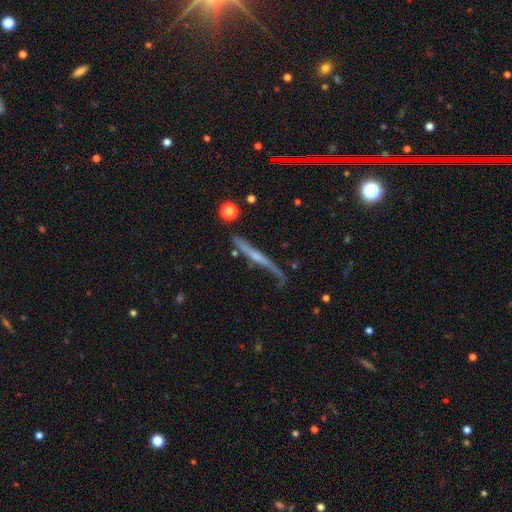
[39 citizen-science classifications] A featured or disk galaxy (62%) viewed edge-on (100%) with no central bulge (67%).

Vote fractions:
- Smooth or featured? featured or disk: 62% / smooth: 31% / star or artifact: 8%
- Edge-on disk? yes: 100% / no: 0%
- Edge-on bulge? none: 67% / rounded: 29% / boxy: 4%
- Merging? none: 64% / minor disturbance: 33% / major disturbance: 3% / merger: 0%